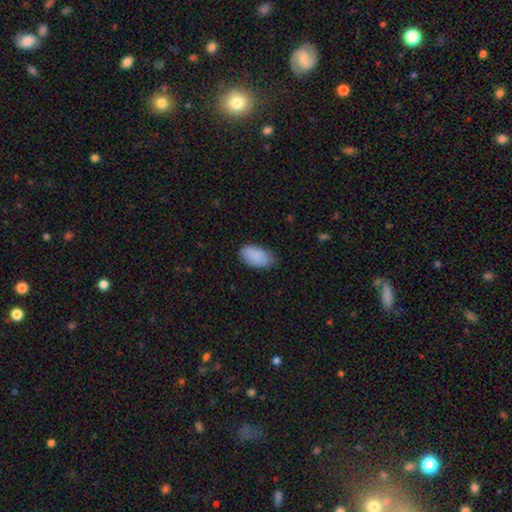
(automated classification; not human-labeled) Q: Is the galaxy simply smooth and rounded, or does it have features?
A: smooth — 87%.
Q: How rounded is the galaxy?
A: in between — 95%.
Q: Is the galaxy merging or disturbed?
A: none — 72%.